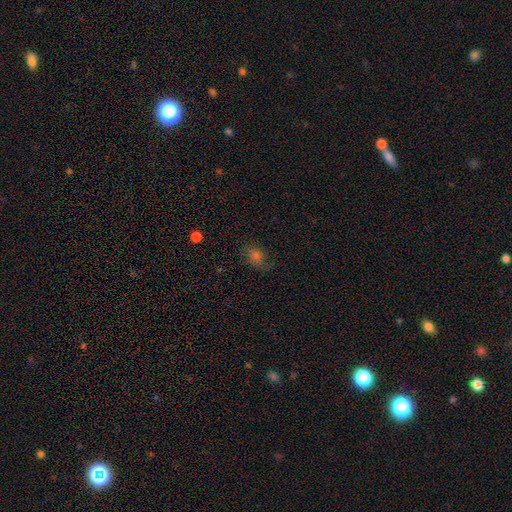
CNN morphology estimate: Smooth or featured? smooth (55%)
How rounded? round (50%)
Merging? none (70%)